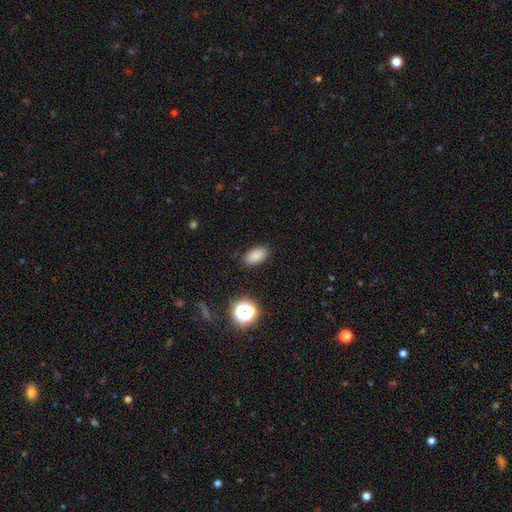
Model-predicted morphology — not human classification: smooth-or-featured: smooth: 83% | star or artifact: 12% | featured or disk: 5%
  how-rounded: in between: 91% | round: 6% | cigar-shaped: 2%
  merging: none: 87% | minor disturbance: 9% | major disturbance: 3% | merger: 1%